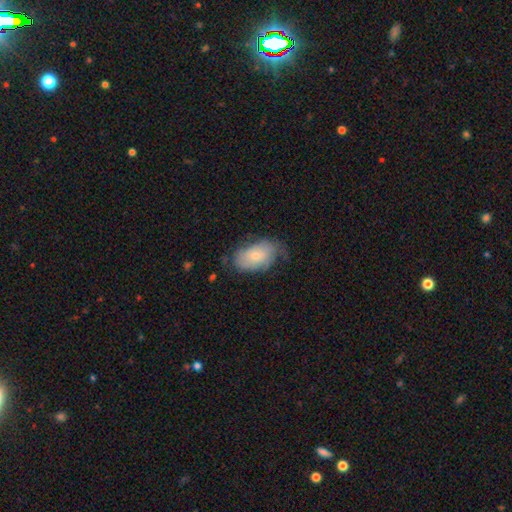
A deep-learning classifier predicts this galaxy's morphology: smooth 62%, featured or disk 32%, star or artifact 7%. Down the decision tree: how rounded — in between (92%); merging — none (49%).